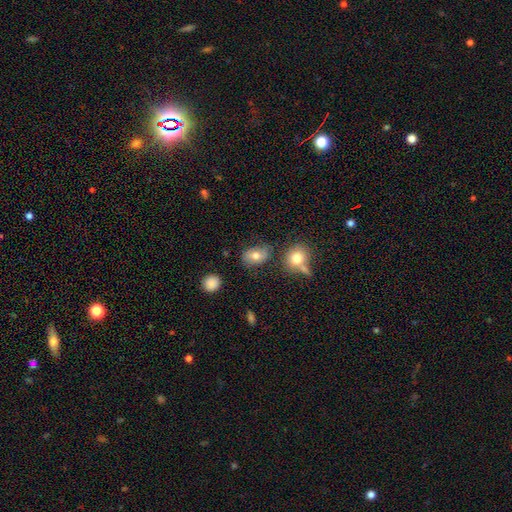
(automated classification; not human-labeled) This is likely a smooth galaxy (72%). How rounded: clearly in between (82%). Merging: likely none (69%).